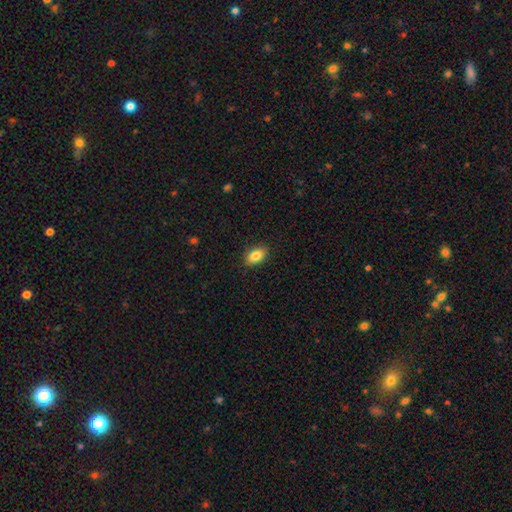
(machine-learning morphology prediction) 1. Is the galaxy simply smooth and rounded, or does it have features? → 85% smooth, 8% star or artifact, 7% featured or disk.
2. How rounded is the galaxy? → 89% in between, 8% round, 3% cigar-shaped.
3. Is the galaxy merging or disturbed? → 89% none, 8% minor disturbance, 2% major disturbance, 1% merger.